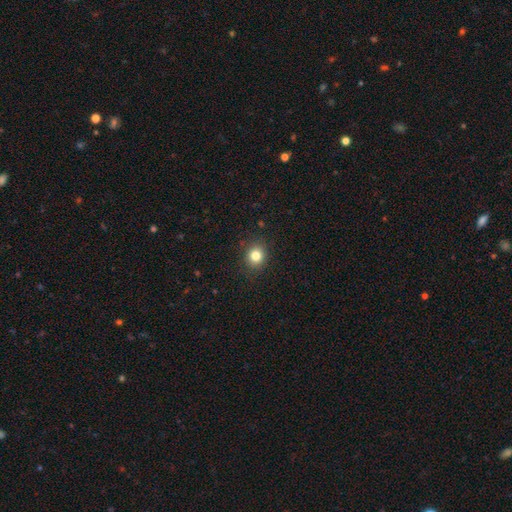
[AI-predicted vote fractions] smooth 81%, star or artifact 12%, featured or disk 7%. Down the decision tree: how rounded — round (77%); merging — none (88%).